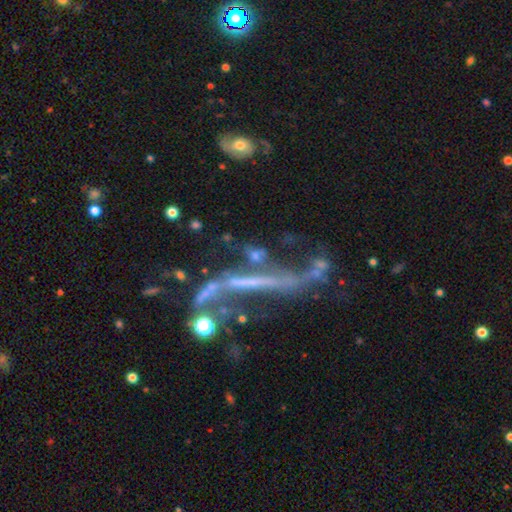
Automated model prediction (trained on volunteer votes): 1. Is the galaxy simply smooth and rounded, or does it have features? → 55% featured or disk, 24% smooth, 20% star or artifact.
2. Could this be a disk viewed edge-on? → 58% no, 42% yes.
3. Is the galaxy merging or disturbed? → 35% none, 27% major disturbance, 22% merger, 16% minor disturbance.